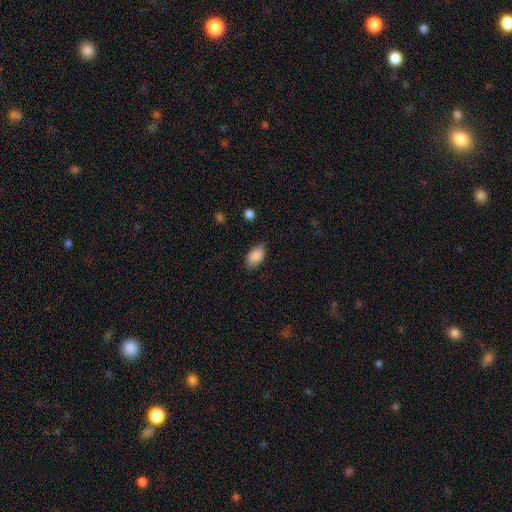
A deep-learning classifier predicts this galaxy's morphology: Smooth or featured? smooth (89%)
How rounded? in between (93%)
Merging? none (78%)